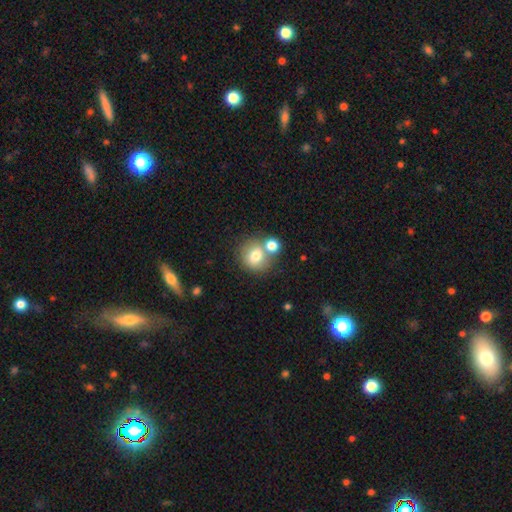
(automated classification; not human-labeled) Q: Smooth or featured?
A: smooth (75%); runner-up: featured or disk (15%)
Q: How rounded?
A: round (80%); runner-up: in between (19%)
Q: Merging?
A: none (54%); runner-up: merger (32%)